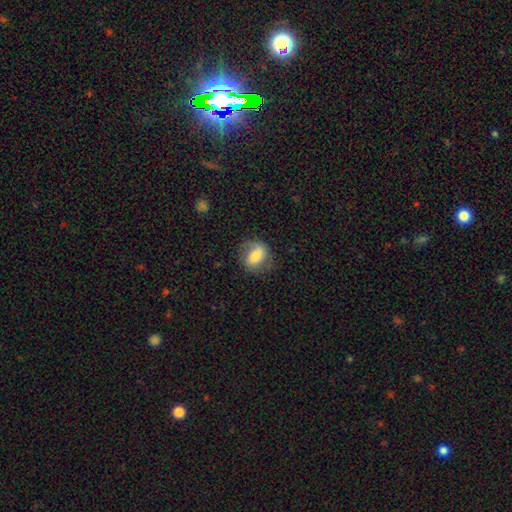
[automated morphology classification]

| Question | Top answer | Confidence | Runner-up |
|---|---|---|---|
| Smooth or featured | smooth | 54% | featured or disk (38%) |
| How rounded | in between | 54% | round (44%) |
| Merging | none | 70% | minor disturbance (19%) |